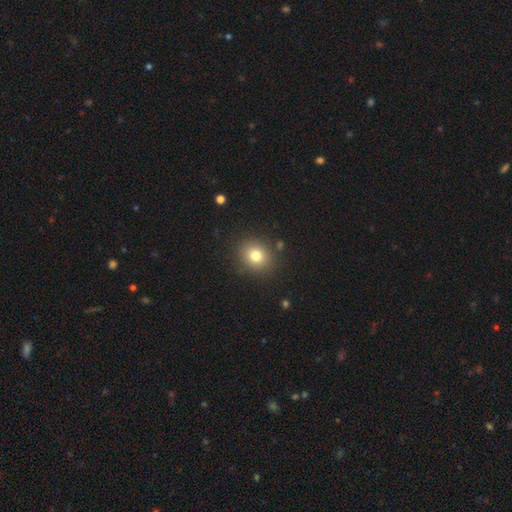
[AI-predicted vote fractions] smooth-or-featured: smooth: 78% | star or artifact: 12% | featured or disk: 9%
  how-rounded: round: 79% | in between: 20% | cigar-shaped: 1%
  merging: none: 87% | minor disturbance: 8% | major disturbance: 3% | merger: 2%